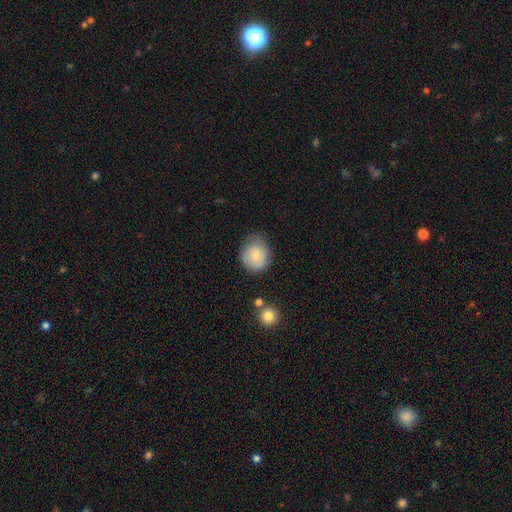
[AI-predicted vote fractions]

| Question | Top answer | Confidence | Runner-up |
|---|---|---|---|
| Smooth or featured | smooth | 80% | featured or disk (12%) |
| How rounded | round | 72% | in between (27%) |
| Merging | none | 66% | minor disturbance (25%) |